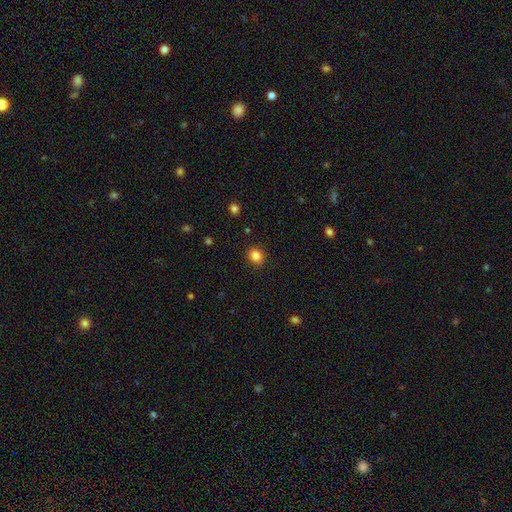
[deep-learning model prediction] smooth_or_featured: smooth (p=0.84) [alt: star or artifact p=0.11]
how_rounded: round (p=0.75) [alt: in between p=0.24]
merging: none (p=0.91) [alt: minor disturbance p=0.06]